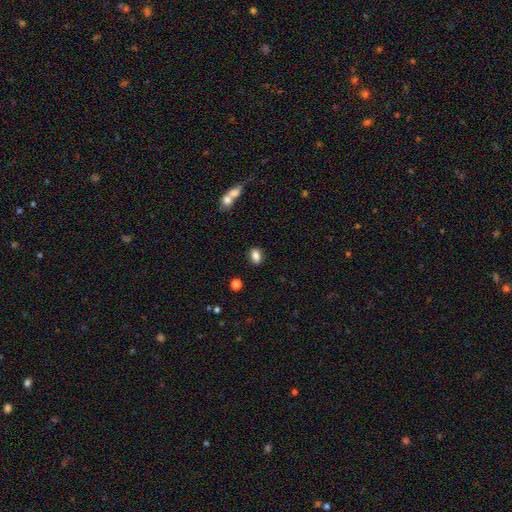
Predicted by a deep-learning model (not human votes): A smooth galaxy with no disk features (83%) that is in between round and cigar-shaped (81%).

Vote fractions:
- Smooth or featured? smooth: 83% / star or artifact: 9% / featured or disk: 8%
- How rounded? in between: 81% / round: 16% / cigar-shaped: 3%
- Merging? none: 84% / minor disturbance: 10% / merger: 4% / major disturbance: 3%